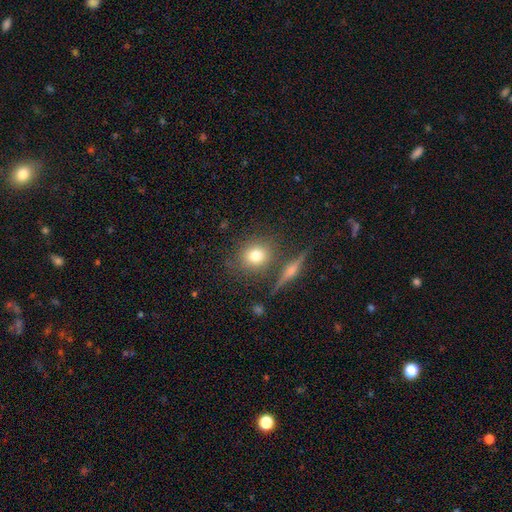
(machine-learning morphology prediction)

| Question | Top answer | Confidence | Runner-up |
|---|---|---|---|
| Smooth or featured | smooth | 72% | featured or disk (16%) |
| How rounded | round | 78% | in between (19%) |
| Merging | none | 78% | minor disturbance (11%) |